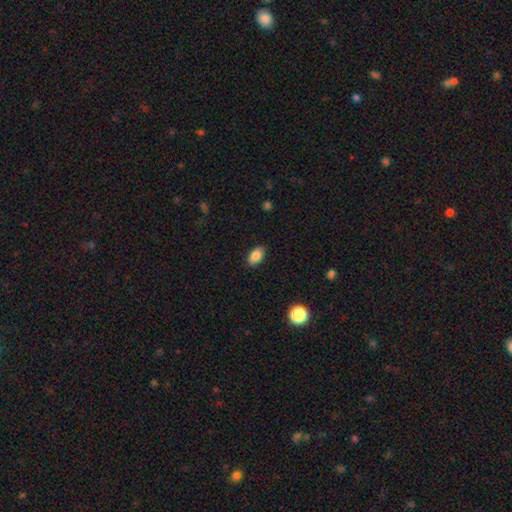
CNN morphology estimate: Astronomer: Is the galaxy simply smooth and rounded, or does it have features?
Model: smooth — 86%.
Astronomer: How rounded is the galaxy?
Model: in between — 91%.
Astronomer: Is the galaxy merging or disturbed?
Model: none — 87%.